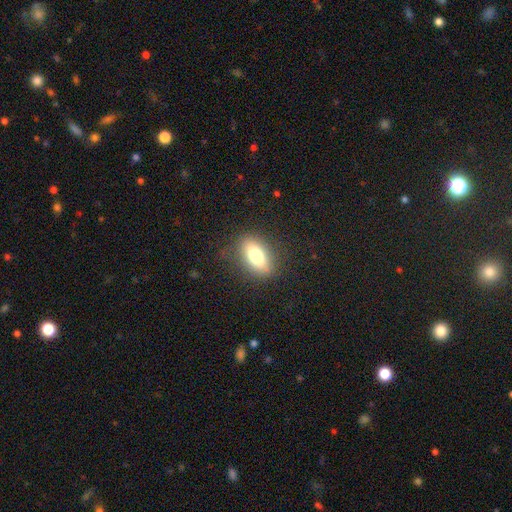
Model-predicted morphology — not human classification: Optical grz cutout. It shows a smooth galaxy with no disk features (73%) that is in between round and cigar-shaped (81%). Merging: none (82%).